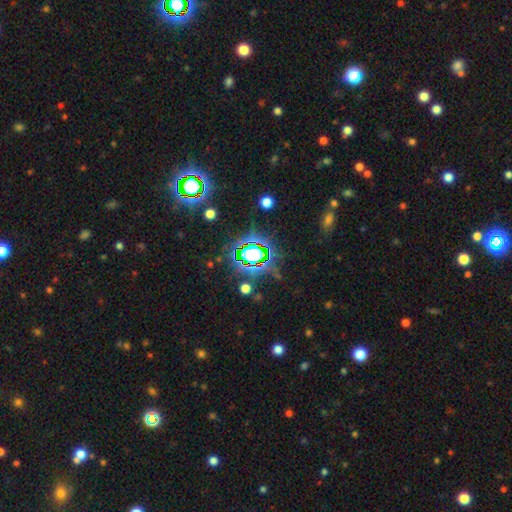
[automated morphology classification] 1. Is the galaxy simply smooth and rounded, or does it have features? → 77% star or artifact, 13% smooth, 9% featured or disk.